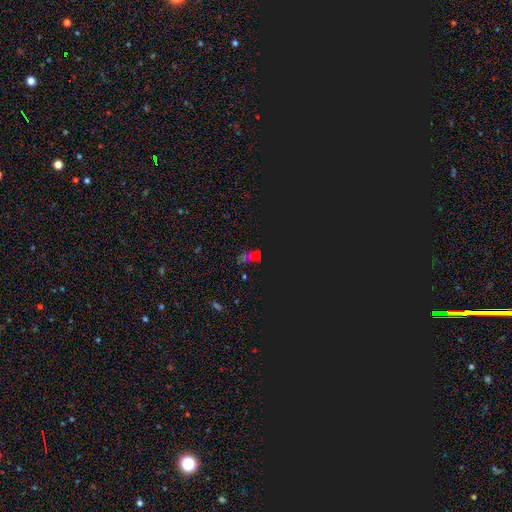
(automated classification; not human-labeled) Smooth or featured? Predicted: star or artifact (p=0.68).